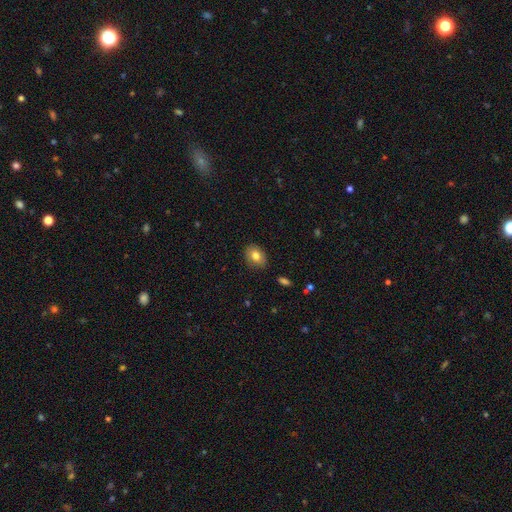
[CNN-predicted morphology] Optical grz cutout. It shows a smooth galaxy with no disk features (79%) that is in between round and cigar-shaped (72%). Merging: none (83%).